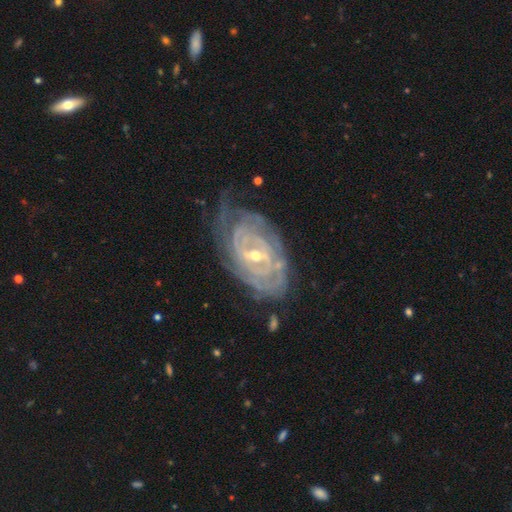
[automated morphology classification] The model was most divided on "bulge size": small: 52%, moderate: 45%, large: 2%, none: 1%, dominant: 1%. Remaining: edge-on disk — no (95%); spiral arms — yes (94%); smooth or featured — featured or disk (89%); spiral winding — tight (79%); merging — none (57%); bar — weak (48%); spiral arm count — can't tell (42%).